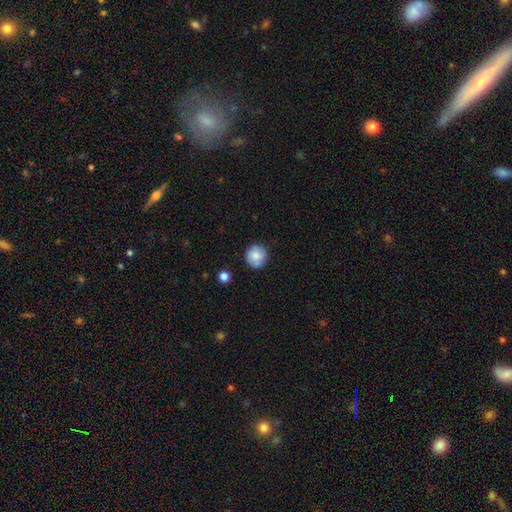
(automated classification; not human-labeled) Smooth or featured? Predicted: smooth (p=0.80). How rounded? Predicted: round (p=0.91). Merging? Predicted: none (p=0.79).